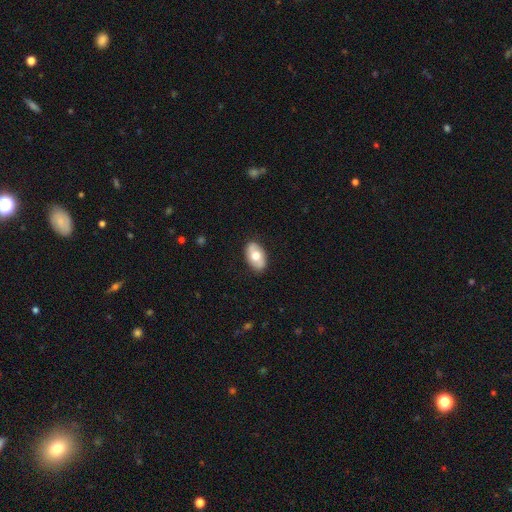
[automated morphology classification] smooth_or_featured: smooth (p=0.66) [alt: featured or disk p=0.28]
how_rounded: in between (p=0.93) [alt: round p=0.06]
merging: none (p=0.87) [alt: minor disturbance p=0.10]